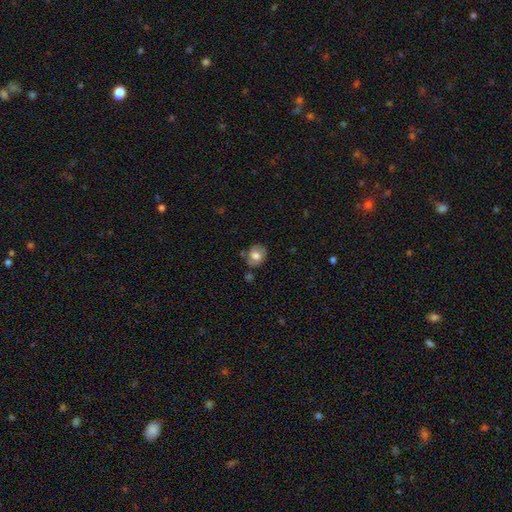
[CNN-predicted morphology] Smooth or featured: smooth — 70% (featured or disk — 22%)
How rounded: round — 53% (in between — 46%)
Merging: none — 71% (minor disturbance — 19%)